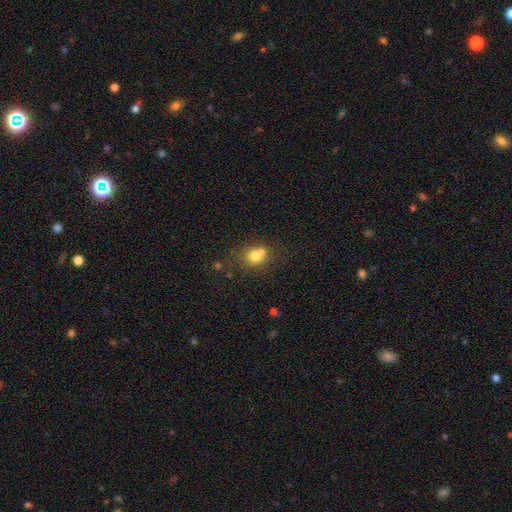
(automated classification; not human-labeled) Smooth or featured?
  - smooth: 74% *
  - featured or disk: 14%
  - star or artifact: 12%
How rounded?
  - round: 69% *
  - in between: 30%
  - cigar-shaped: 1%
Merging?
  - none: 45% *
  - merger: 38%
  - minor disturbance: 13%
  - major disturbance: 5%